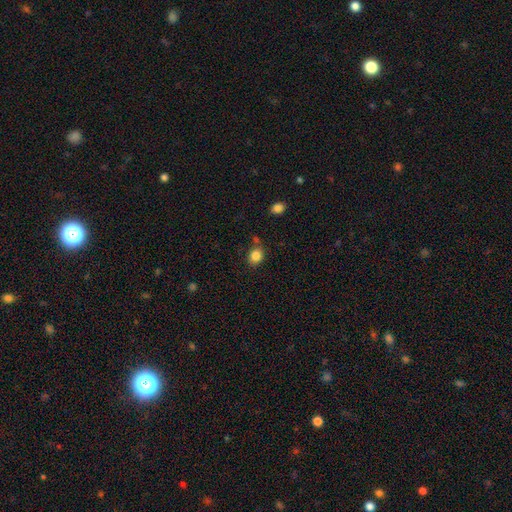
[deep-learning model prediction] smooth-or-featured: smooth: 84% | star or artifact: 10% | featured or disk: 5%
  how-rounded: round: 60% | in between: 39% | cigar-shaped: 1%
  merging: none: 76% | minor disturbance: 14% | merger: 7% | major disturbance: 4%